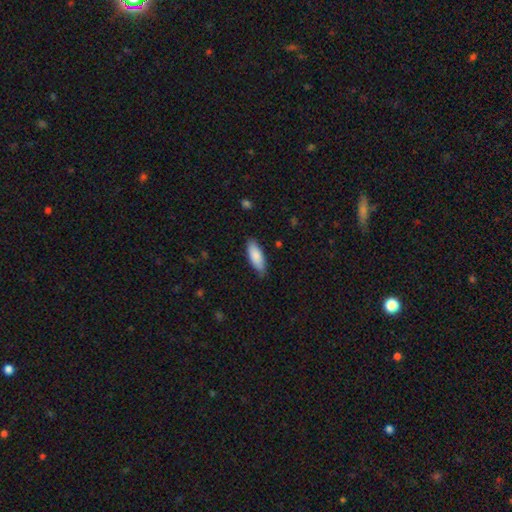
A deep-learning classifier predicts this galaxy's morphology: Q: Smooth or featured?
A: smooth (86%); runner-up: featured or disk (8%)
Q: How rounded?
A: in between (70%); runner-up: cigar-shaped (29%)
Q: Merging?
A: none (81%); runner-up: minor disturbance (16%)